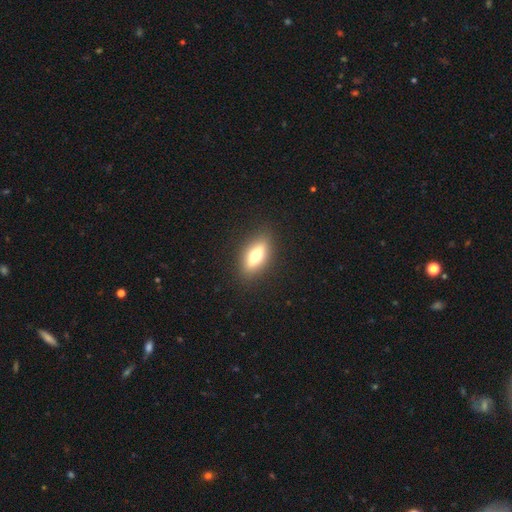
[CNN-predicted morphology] A smooth galaxy with no disk features (54%) that is in between round and cigar-shaped (63%). Merging: none (88%).